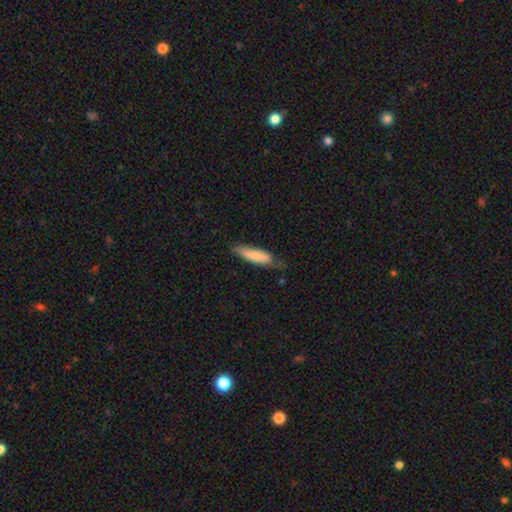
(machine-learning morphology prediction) smooth_or_featured: smooth (p=0.79) [alt: featured or disk p=0.15]
how_rounded: cigar-shaped (p=0.67) [alt: in between p=0.31]
merging: none (p=0.65) [alt: minor disturbance p=0.28]